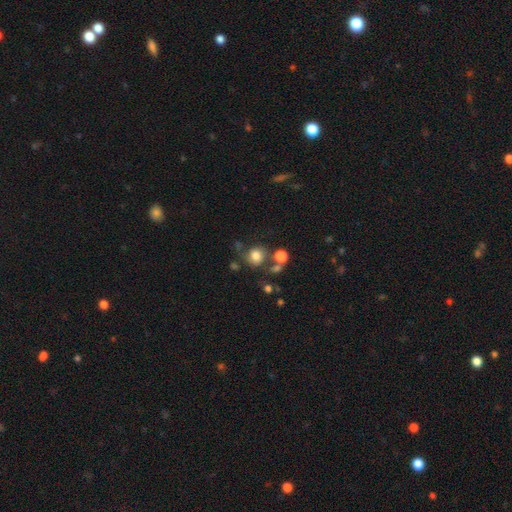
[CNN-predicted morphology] This appears to be a smooth galaxy with no disk features (76%) that is round (82%). Merging: none (61%).